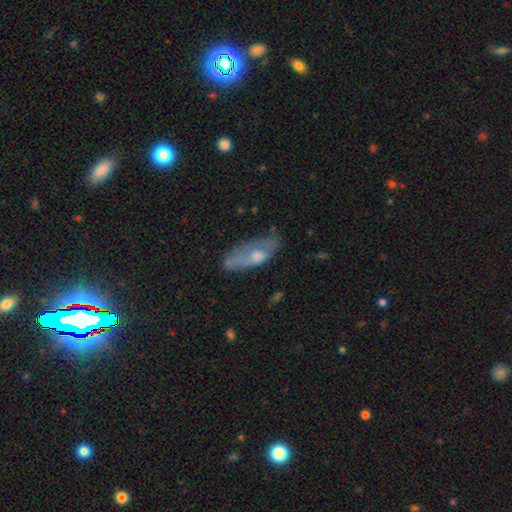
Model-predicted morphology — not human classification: Smooth or featured: smooth — 52% (featured or disk — 40%)
How rounded: in between — 66% (cigar-shaped — 31%)
Merging: none — 47% (minor disturbance — 30%)